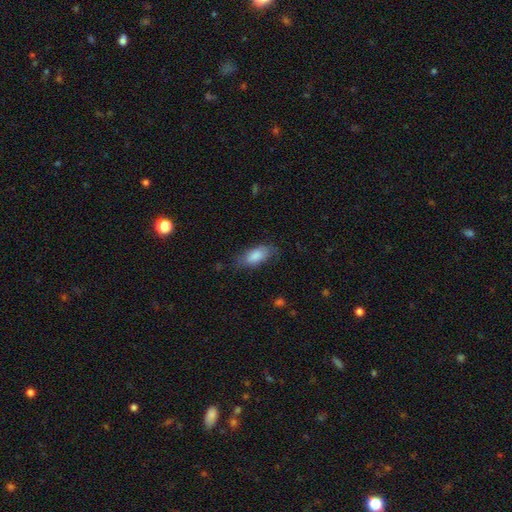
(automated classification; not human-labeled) smooth_or_featured: smooth (p=0.81) [alt: featured or disk p=0.13]
how_rounded: in between (p=0.87) [alt: cigar-shaped p=0.10]
merging: none (p=0.65) [alt: minor disturbance p=0.25]